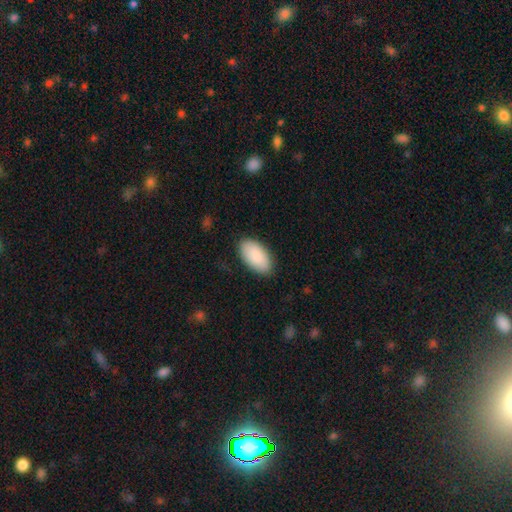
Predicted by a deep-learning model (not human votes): Q: Smooth or featured?
A: smooth (90%); runner-up: star or artifact (5%)
Q: How rounded?
A: in between (96%); runner-up: round (2%)
Q: Merging?
A: none (87%); runner-up: minor disturbance (10%)